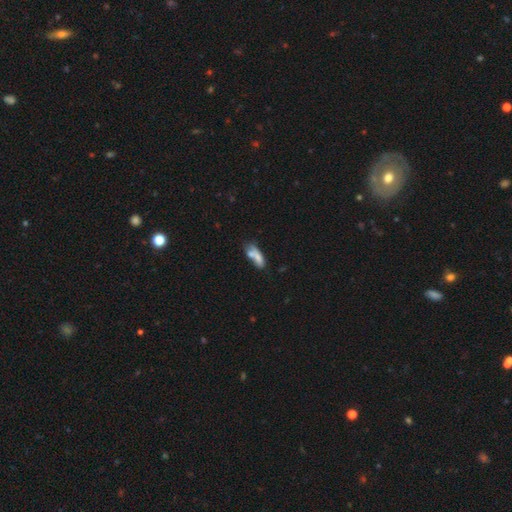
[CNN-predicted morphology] This appears to be a smooth galaxy with no disk features (67%) that is in between round and cigar-shaped (62%). Merging: merger (40%).